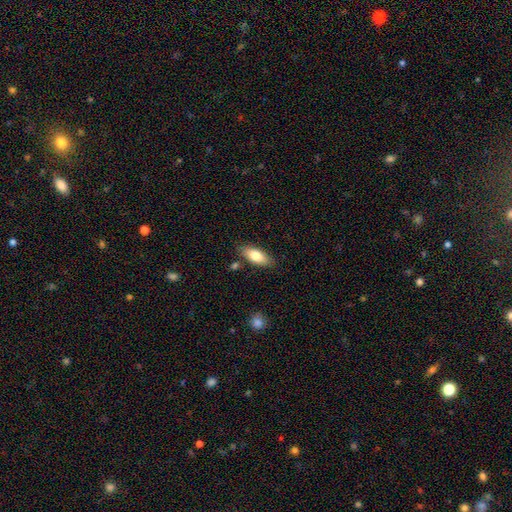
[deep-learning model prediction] The model was most divided on "smooth or featured": smooth: 78%, featured or disk: 15%, star or artifact: 6%. More confident: how rounded — in between (82%); merging — none (81%).